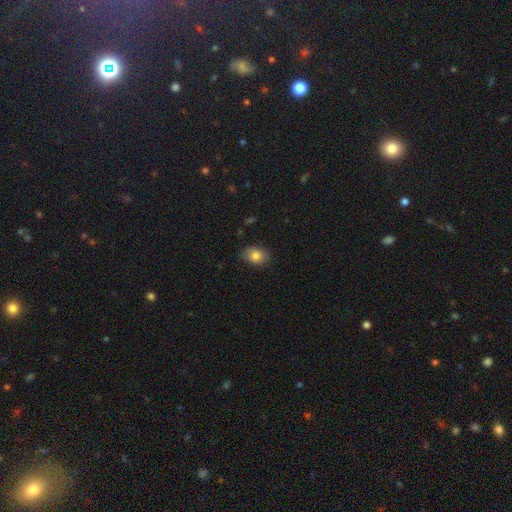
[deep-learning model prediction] Smooth or featured? smooth (81%)
How rounded? in between (72%)
Merging? none (81%)